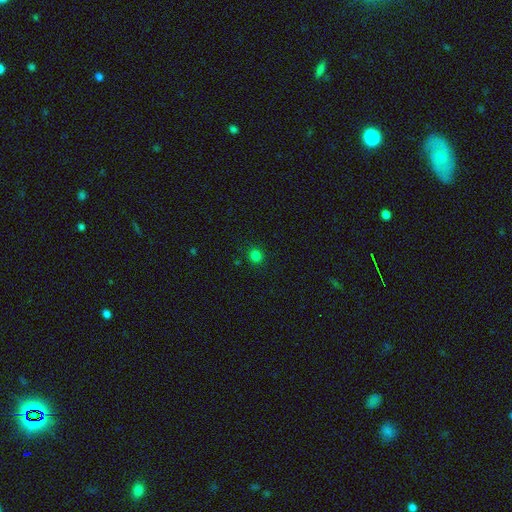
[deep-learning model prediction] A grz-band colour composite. It shows a smooth galaxy with no disk features (80%) that is round (85%). Merging: none (90%).